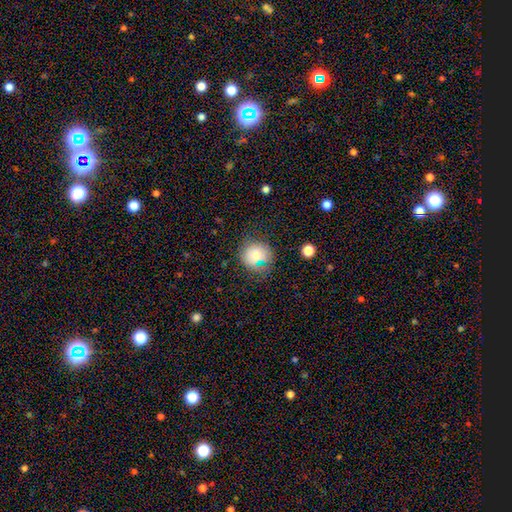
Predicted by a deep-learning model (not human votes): Smooth or featured: smooth — 74% (featured or disk — 14%)
How rounded: round — 85% (in between — 14%)
Merging: none — 68% (minor disturbance — 20%)